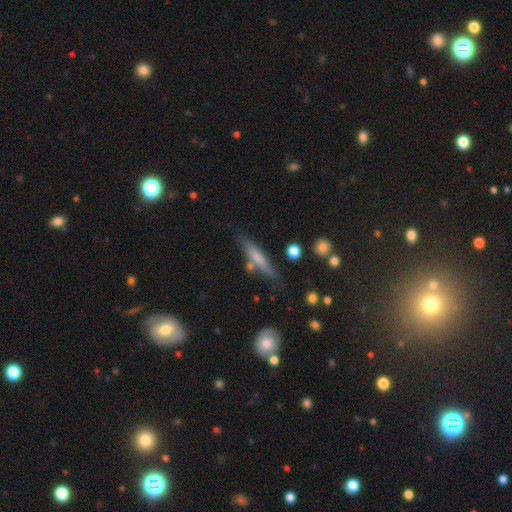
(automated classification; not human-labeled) Smooth or featured? featured or disk (43%)
Merging? none (76%)